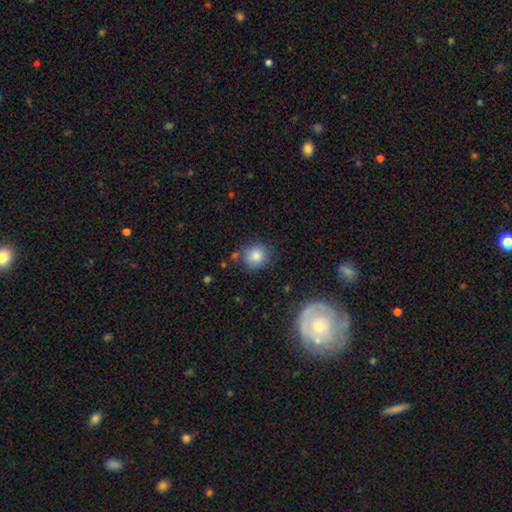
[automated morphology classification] Smooth or featured? Predicted: smooth (p=0.83). How rounded? Predicted: round (p=0.86). Merging? Predicted: none (p=0.79).